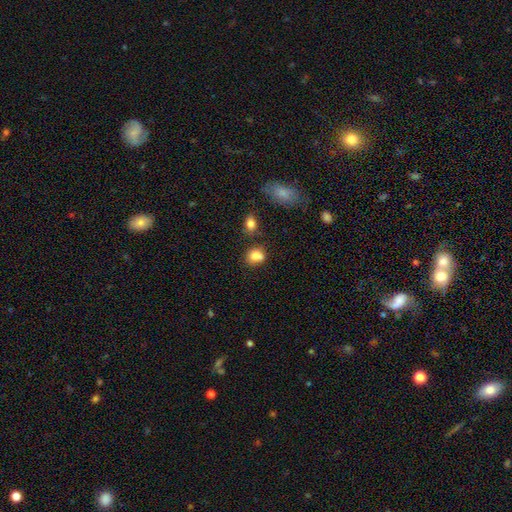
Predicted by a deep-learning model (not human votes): Overall: smooth (80%). How rounded: round (62%; in between 37%). Merging: none (50%; merger 28%).